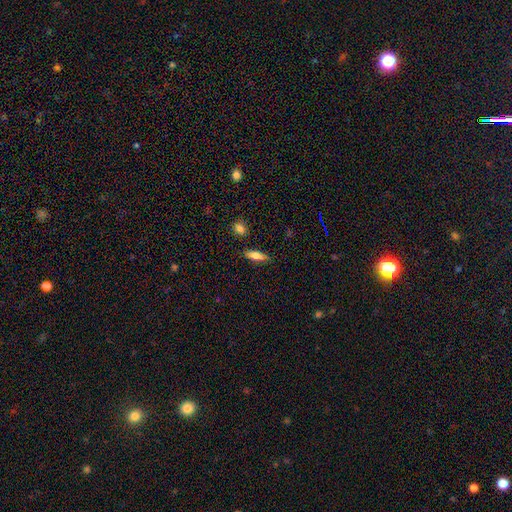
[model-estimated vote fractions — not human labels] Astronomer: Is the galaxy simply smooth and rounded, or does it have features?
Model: smooth — 68%.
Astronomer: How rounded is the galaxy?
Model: in between — 51% (runner-up: cigar-shaped, 46%).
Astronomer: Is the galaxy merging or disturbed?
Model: none — 82%.